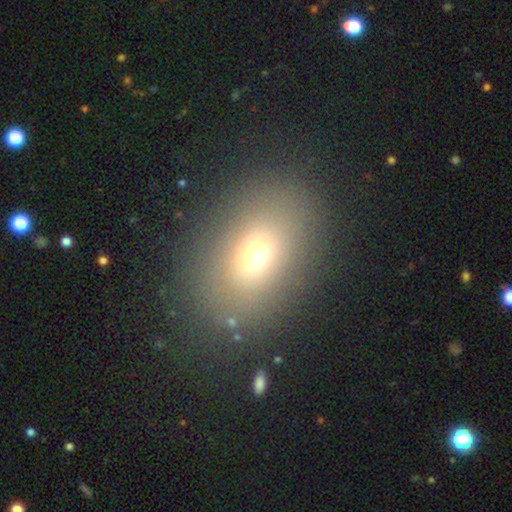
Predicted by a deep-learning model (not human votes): Smooth or featured: smooth — 67% (star or artifact — 17%)
How rounded: in between — 68% (round — 31%)
Merging: none — 81% (minor disturbance — 11%)